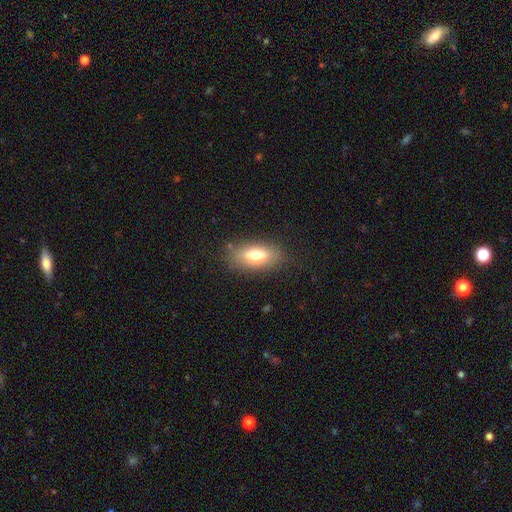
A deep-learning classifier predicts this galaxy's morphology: A smooth galaxy with no disk features (69%) that is in between round and cigar-shaped (79%).

Vote fractions:
- Smooth or featured? smooth: 69% / featured or disk: 23% / star or artifact: 9%
- How rounded? in between: 79% / cigar-shaped: 15% / round: 5%
- Merging? none: 81% / minor disturbance: 13% / major disturbance: 4% / merger: 2%